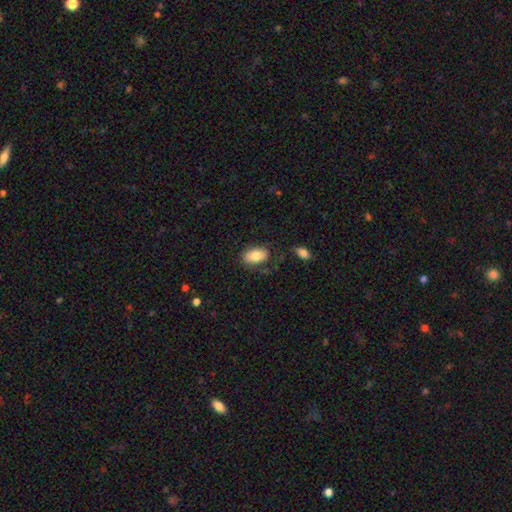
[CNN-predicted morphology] Smooth or featured? smooth (82%)
How rounded? in between (92%)
Merging? none (78%)